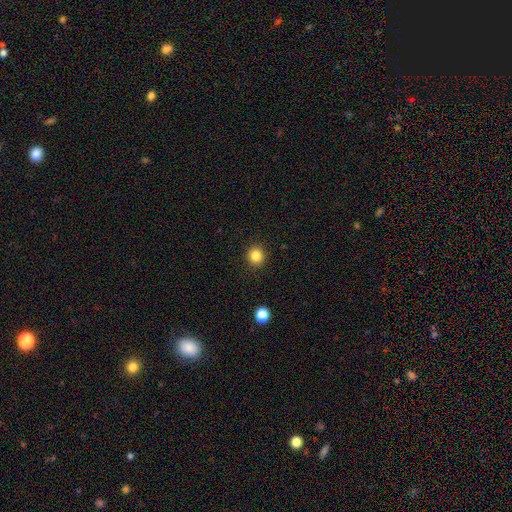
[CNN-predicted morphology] This appears to be a smooth galaxy with no disk features (84%) that is round (89%). Merging: none (92%).